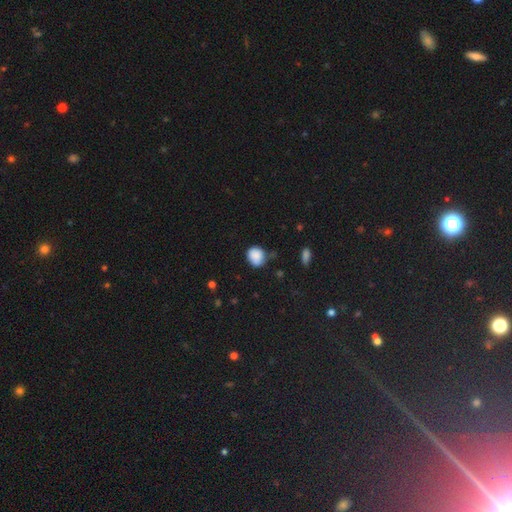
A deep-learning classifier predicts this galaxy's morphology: A smooth galaxy with no disk features (87%) that is round (72%).

Vote fractions:
- Smooth or featured? smooth: 87% / star or artifact: 8% / featured or disk: 5%
- How rounded? round: 72% / in between: 27% / cigar-shaped: 1%
- Merging? none: 68% / minor disturbance: 23% / major disturbance: 5% / merger: 4%